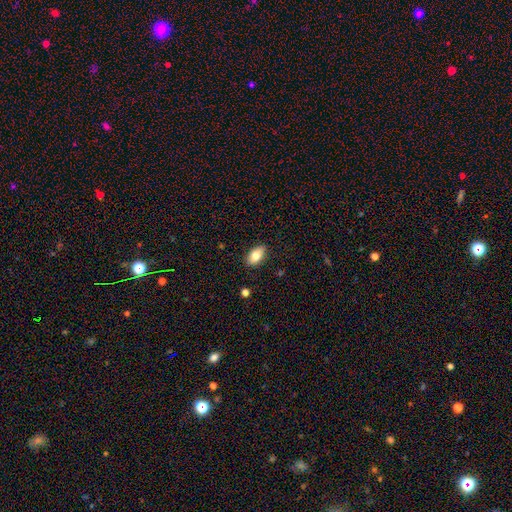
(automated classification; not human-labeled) smooth 78%, featured or disk 14%, star or artifact 7%. Down the decision tree: how rounded — in between (91%); merging — none (87%).